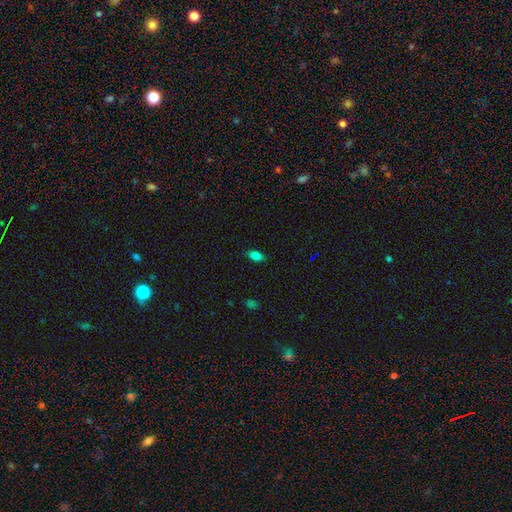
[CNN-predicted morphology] smooth-or-featured: smooth: 77% | featured or disk: 12% | star or artifact: 11%
  how-rounded: in between: 84% | cigar-shaped: 10% | round: 6%
  merging: none: 85% | minor disturbance: 12% | major disturbance: 3% | merger: 1%